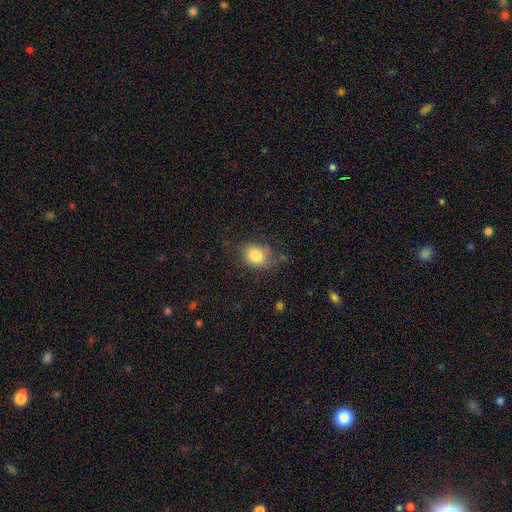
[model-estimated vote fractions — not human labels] This is clearly a smooth galaxy (81%). How rounded: possibly in between (50%). Merging: likely none (71%).